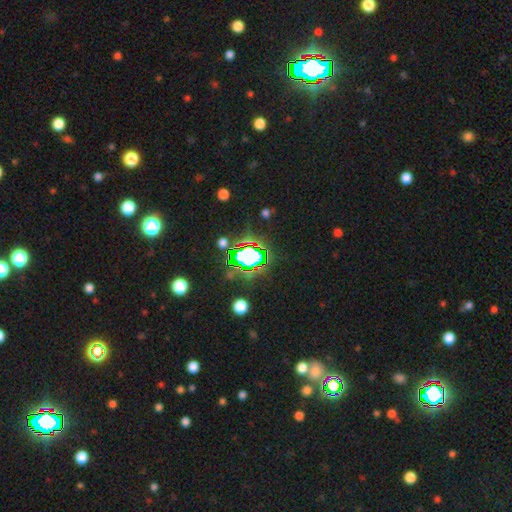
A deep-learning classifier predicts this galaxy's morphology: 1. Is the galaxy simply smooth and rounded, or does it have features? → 79% star or artifact, 13% smooth, 8% featured or disk.